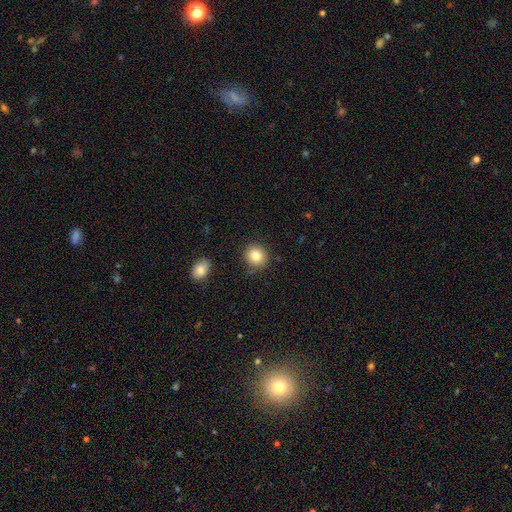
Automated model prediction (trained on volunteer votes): This is clearly a smooth galaxy (83%). How rounded: clearly round (86%). Merging: clearly none (86%).